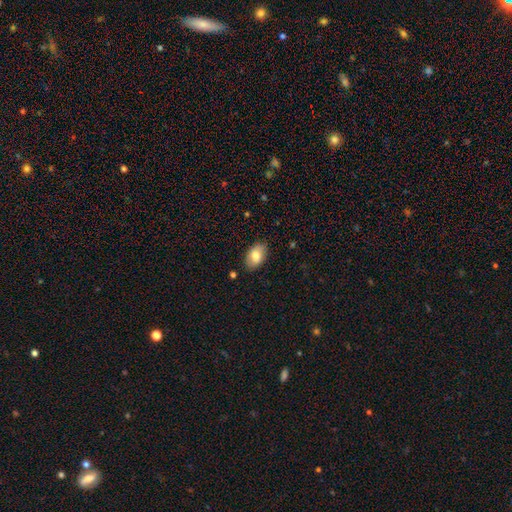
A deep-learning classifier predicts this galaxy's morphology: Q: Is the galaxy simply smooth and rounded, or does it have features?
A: smooth — 78%.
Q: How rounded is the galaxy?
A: in between — 91%.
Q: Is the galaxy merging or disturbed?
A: none — 86%.